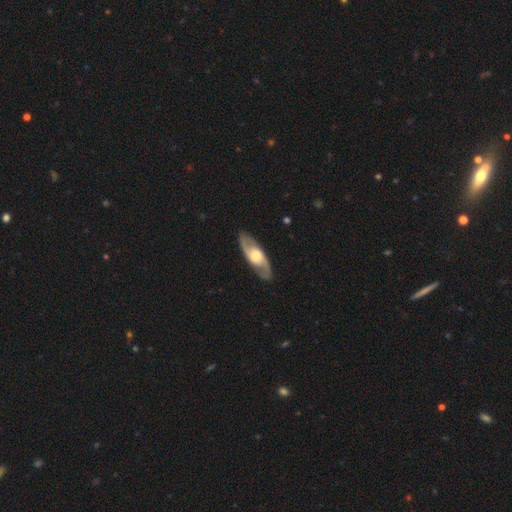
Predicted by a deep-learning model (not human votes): Overall: featured or disk (76%). Edge-on disk: no (80%). Bar: no (58%; weak 33%). Spiral arms: yes (85%). Spiral arm count: 2 (90%). Spiral winding: medium (47%; loose 33%). Bulge size: moderate (51%; large 36%). Merging: none (88%).